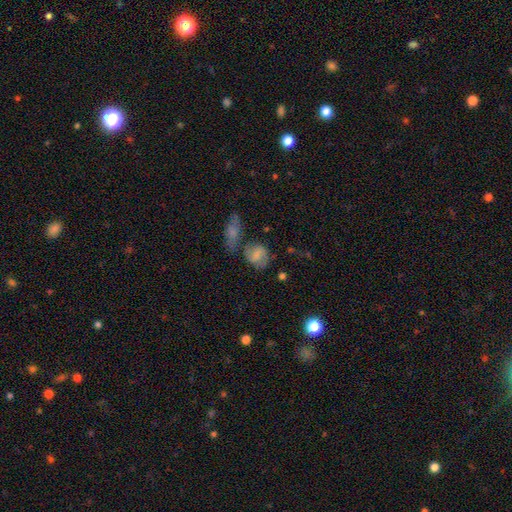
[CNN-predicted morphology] smooth 45%, featured or disk 39%, star or artifact 16%. Down the decision tree: merging — none (58%).